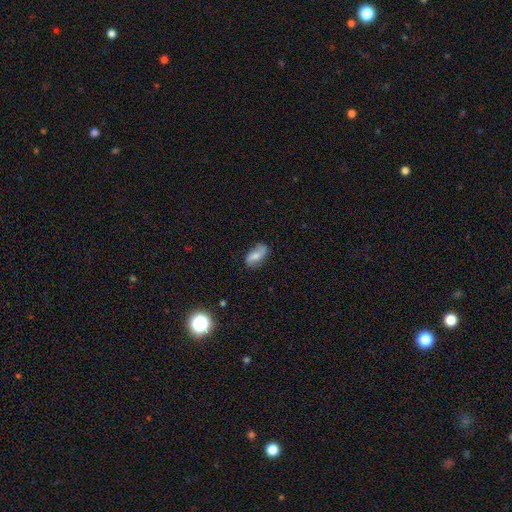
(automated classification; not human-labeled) Smooth or featured? Predicted: smooth (p=0.48). Merging? Predicted: none (p=0.72).